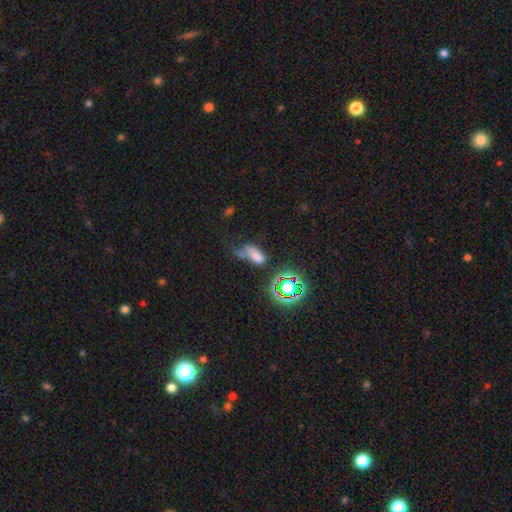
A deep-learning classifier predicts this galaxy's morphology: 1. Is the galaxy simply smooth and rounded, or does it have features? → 60% smooth, 23% star or artifact, 16% featured or disk.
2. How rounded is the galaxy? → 85% in between, 9% round, 7% cigar-shaped.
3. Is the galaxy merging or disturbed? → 32% major disturbance, 26% none, 24% minor disturbance, 18% merger.